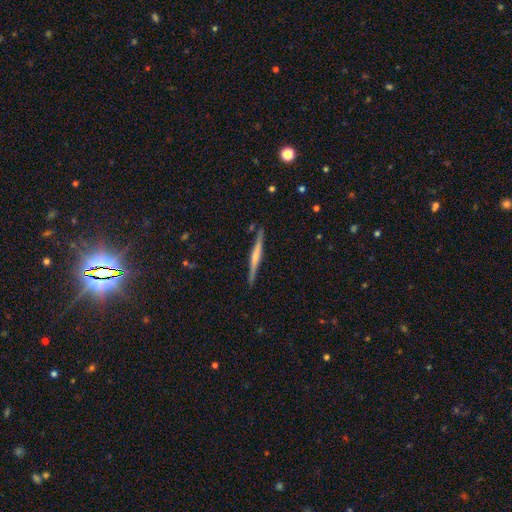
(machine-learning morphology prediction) Smooth or featured? Predicted: featured or disk (p=0.60). Edge-on disk? Predicted: yes (p=0.98). Edge-on bulge? Predicted: none (p=0.42). Merging? Predicted: none (p=0.89).